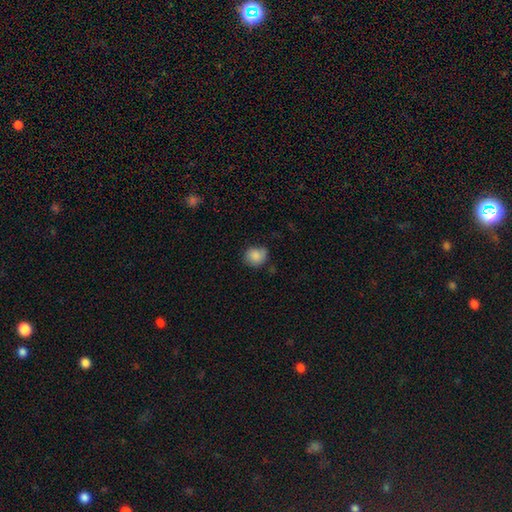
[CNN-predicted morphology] Smooth or featured? Predicted: smooth (p=0.84). How rounded? Predicted: round (p=0.71). Merging? Predicted: none (p=0.66).